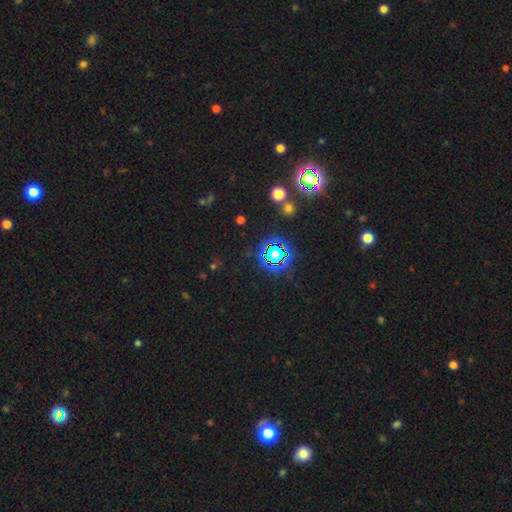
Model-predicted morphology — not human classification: type=star or artifact (80%).